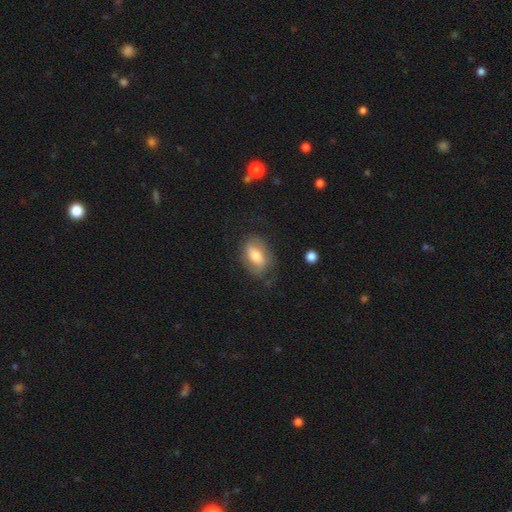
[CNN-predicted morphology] A smooth galaxy with no disk features (53%) that is in between round and cigar-shaped (84%). Merging: none (66%).